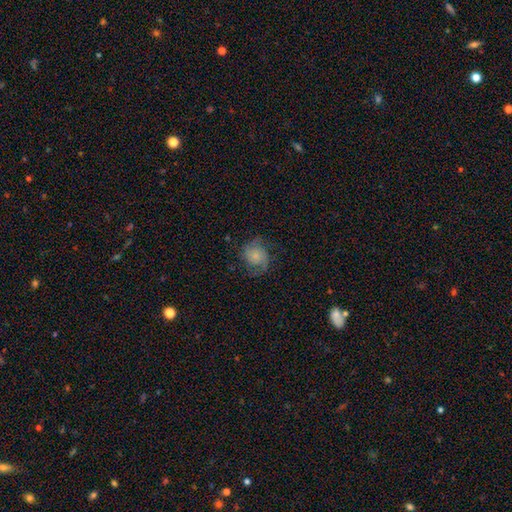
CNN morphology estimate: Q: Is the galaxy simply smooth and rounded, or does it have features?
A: featured or disk — 58%.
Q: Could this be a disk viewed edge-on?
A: no — 98%.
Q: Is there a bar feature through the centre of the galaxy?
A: no — 75%.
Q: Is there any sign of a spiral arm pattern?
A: yes — 90%.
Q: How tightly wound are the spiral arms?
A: medium — 46%.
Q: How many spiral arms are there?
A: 2 — 80%.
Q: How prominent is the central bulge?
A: small — 50%.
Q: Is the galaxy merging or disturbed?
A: none — 65%.